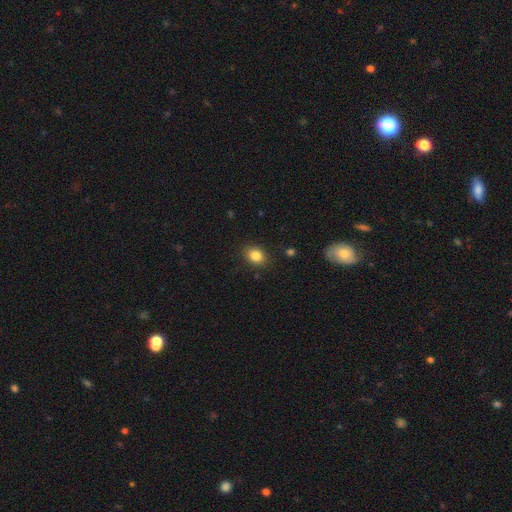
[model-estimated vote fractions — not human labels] Morphology: type=smooth (85%); roundness=in between (58%); merging=none (87%).